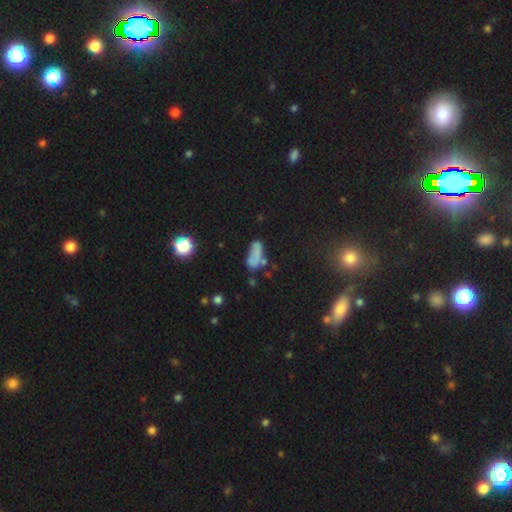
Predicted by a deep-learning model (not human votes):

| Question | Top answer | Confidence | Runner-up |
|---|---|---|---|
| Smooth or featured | smooth | 64% | featured or disk (21%) |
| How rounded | in between | 79% | cigar-shaped (16%) |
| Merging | none | 38% | minor disturbance (26%) |